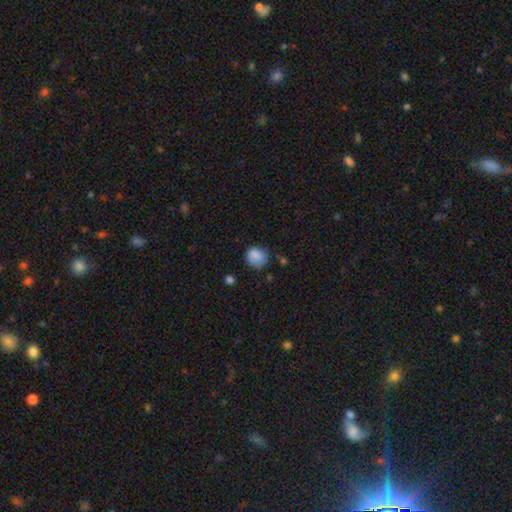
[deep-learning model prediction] Q: Smooth or featured?
A: smooth (85%); runner-up: star or artifact (9%)
Q: How rounded?
A: round (69%); runner-up: in between (30%)
Q: Merging?
A: none (67%); runner-up: minor disturbance (24%)